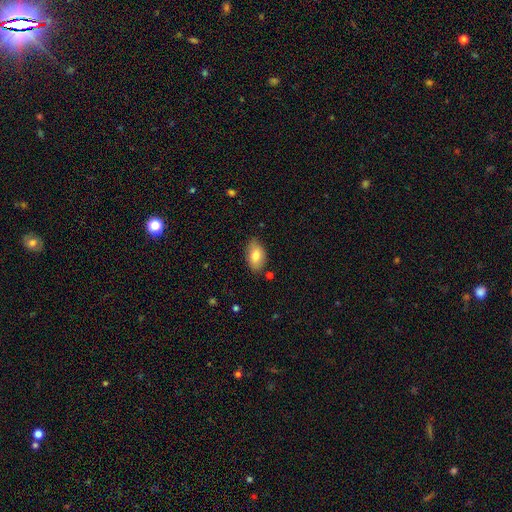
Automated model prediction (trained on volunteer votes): This is likely a smooth galaxy (78%). How rounded: clearly in between (92%). Merging: clearly none (80%).